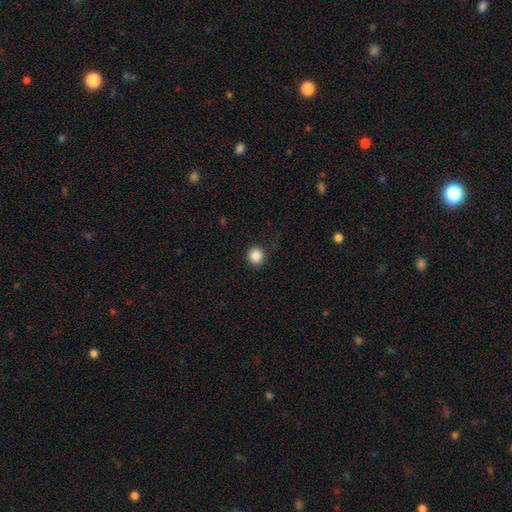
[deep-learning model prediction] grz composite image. It shows a smooth galaxy with no disk features (87%) that is round (88%). Merging: none (89%).